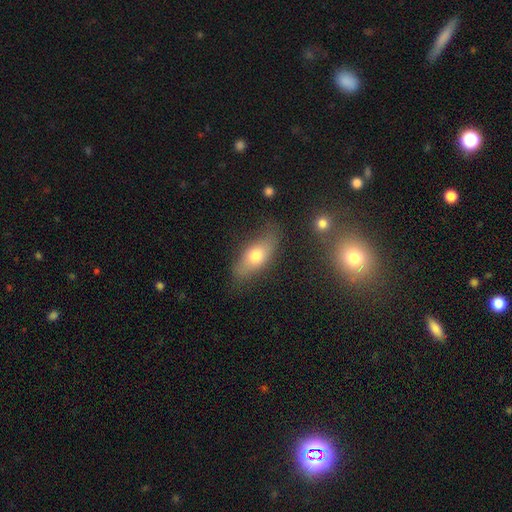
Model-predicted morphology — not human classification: Smooth or featured? Predicted: smooth (p=0.66). How rounded? Predicted: in between (p=0.77). Merging? Predicted: none (p=0.70).